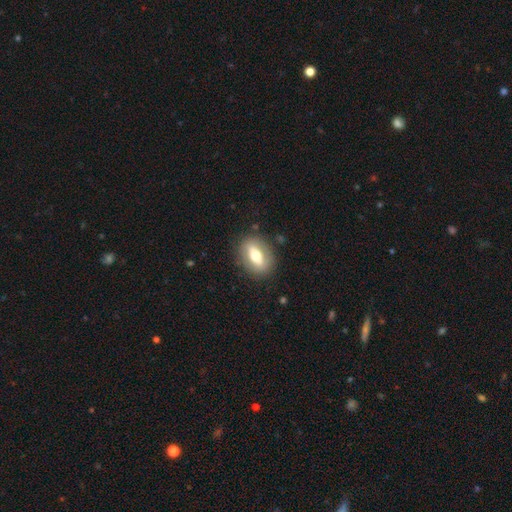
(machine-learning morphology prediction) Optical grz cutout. It shows a smooth galaxy with no disk features (53%) that is in between round and cigar-shaped (75%). Merging: none (83%).